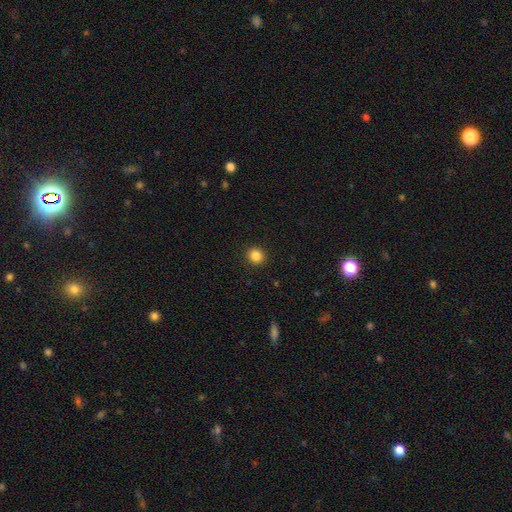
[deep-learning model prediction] Smooth or featured? smooth (86%)
How rounded? round (89%)
Merging? none (92%)